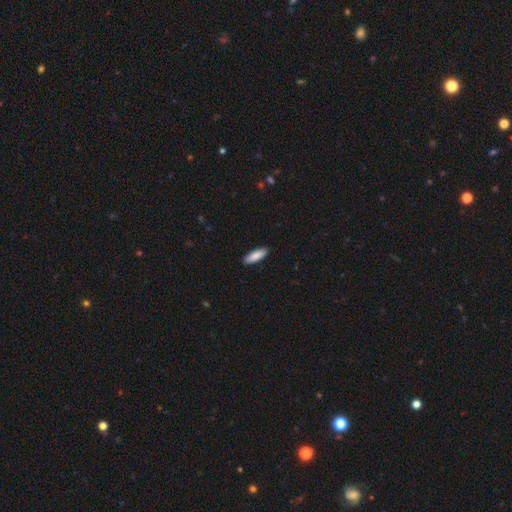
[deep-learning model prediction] Smooth or featured: smooth — 87% (featured or disk — 8%)
How rounded: in between — 55% (cigar-shaped — 44%)
Merging: none — 90% (minor disturbance — 7%)